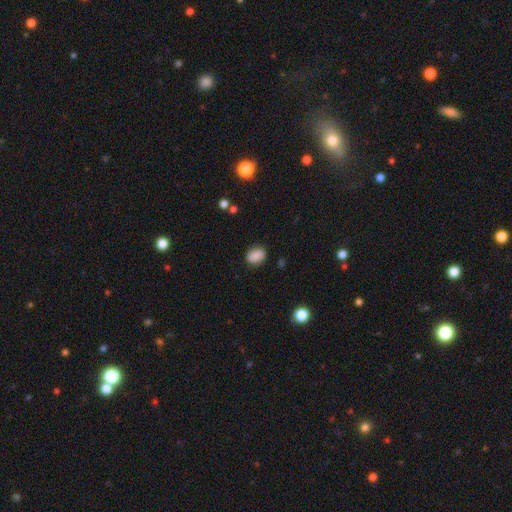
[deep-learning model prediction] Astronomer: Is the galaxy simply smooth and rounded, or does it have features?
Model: smooth — 87%.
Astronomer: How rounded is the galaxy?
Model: in between — 74%.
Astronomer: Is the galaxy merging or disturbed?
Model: none — 81%.